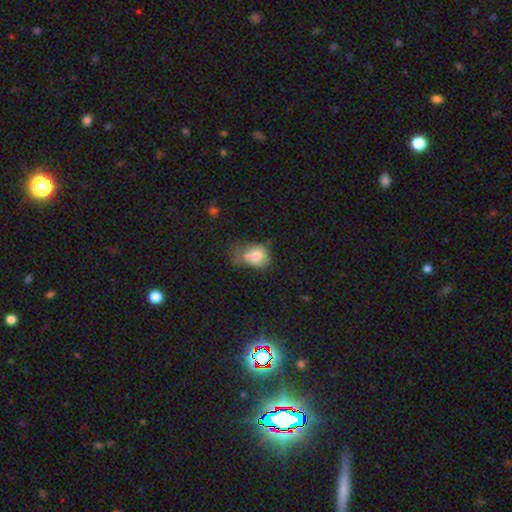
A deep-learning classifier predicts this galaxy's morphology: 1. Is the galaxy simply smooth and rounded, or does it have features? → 73% smooth, 17% featured or disk, 10% star or artifact.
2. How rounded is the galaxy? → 57% in between, 42% round, 1% cigar-shaped.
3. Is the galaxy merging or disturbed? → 31% minor disturbance, 26% none, 26% major disturbance, 18% merger.